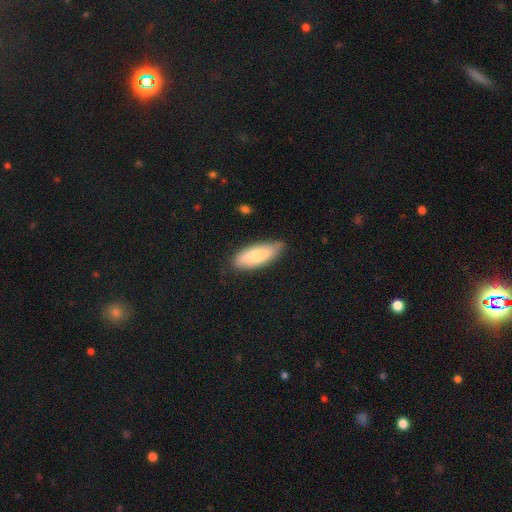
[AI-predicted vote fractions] Morphology: type=smooth (77%); roundness=in between (73%); merging=none (71%).